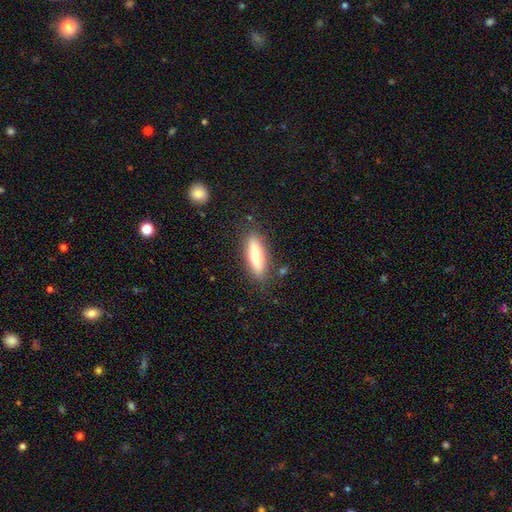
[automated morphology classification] Smooth or featured? smooth (62%)
How rounded? cigar-shaped (56%)
Merging? none (85%)